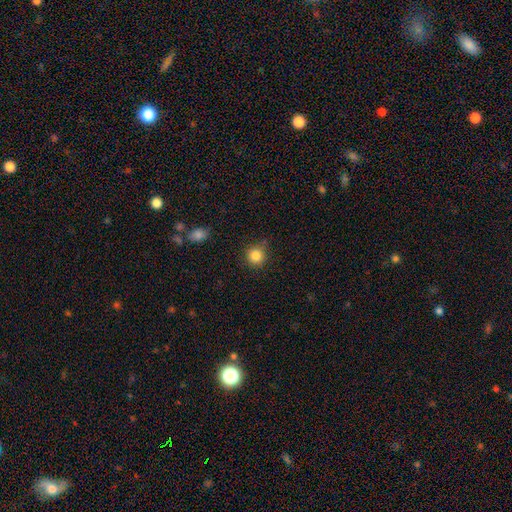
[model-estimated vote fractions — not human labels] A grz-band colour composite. It shows a smooth galaxy with no disk features (85%) that is round (93%). Merging: none (83%).